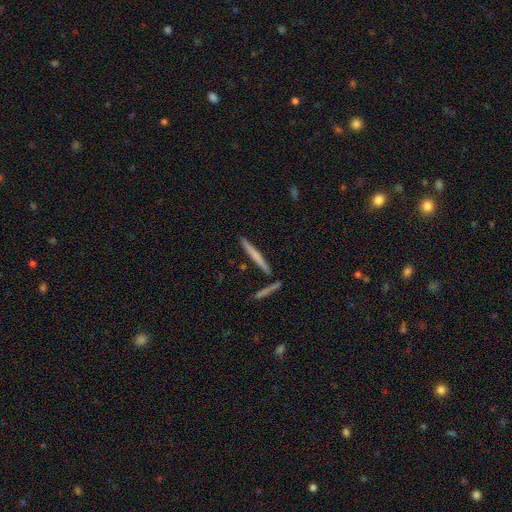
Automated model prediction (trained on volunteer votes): Smooth or featured? smooth (55%)
How rounded? cigar-shaped (96%)
Merging? none (83%)